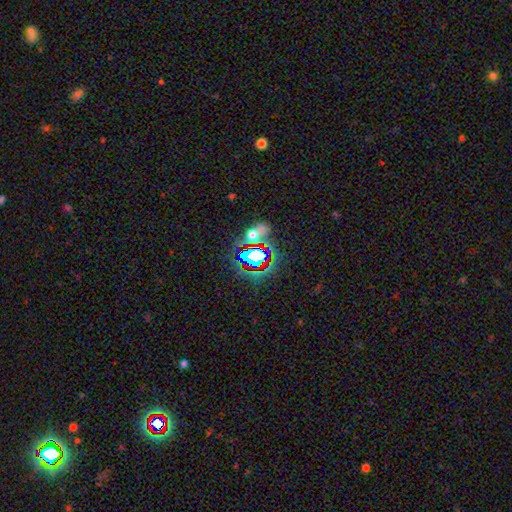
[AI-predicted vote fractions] smooth_or_featured: star or artifact (p=0.56) [alt: smooth p=0.27]